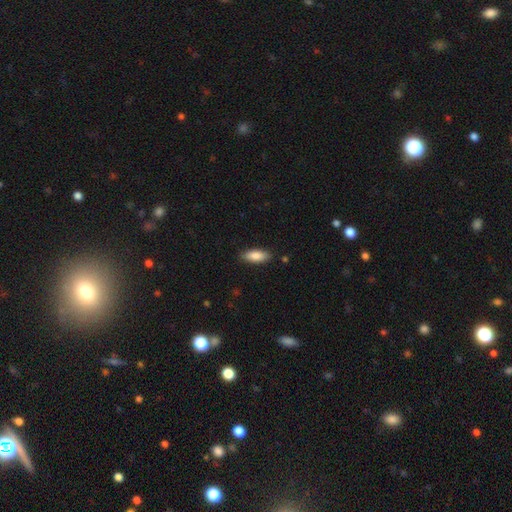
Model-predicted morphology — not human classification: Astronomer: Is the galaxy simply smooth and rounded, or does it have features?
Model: smooth — 86%.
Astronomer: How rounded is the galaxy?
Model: in between — 78%.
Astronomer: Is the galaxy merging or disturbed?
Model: none — 86%.